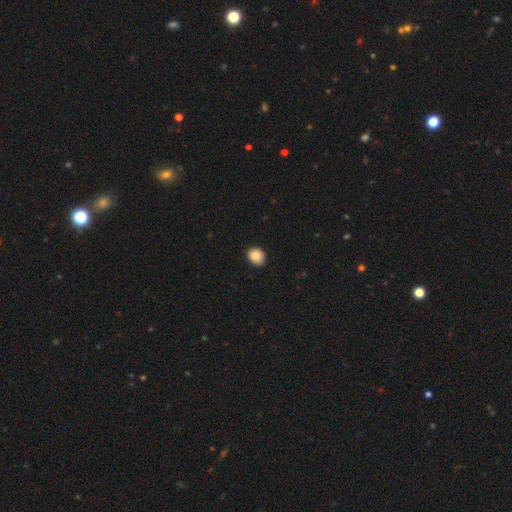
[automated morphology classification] type=smooth (87%); roundness=round (62%); merging=none (85%).